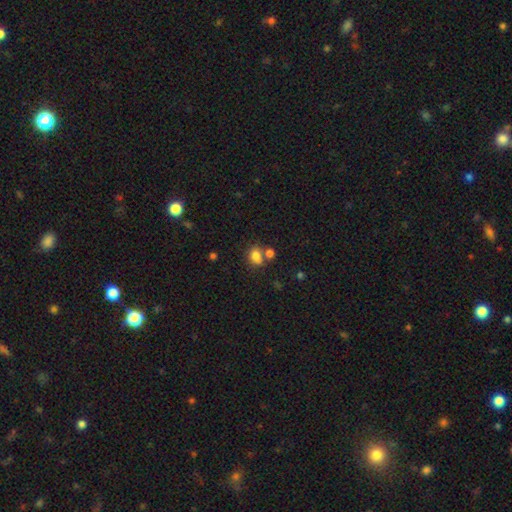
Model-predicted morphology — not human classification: smooth-or-featured: smooth: 79% | star or artifact: 12% | featured or disk: 9%
  how-rounded: round: 51% | in between: 47% | cigar-shaped: 1%
  merging: none: 50% | merger: 32% | minor disturbance: 13% | major disturbance: 5%